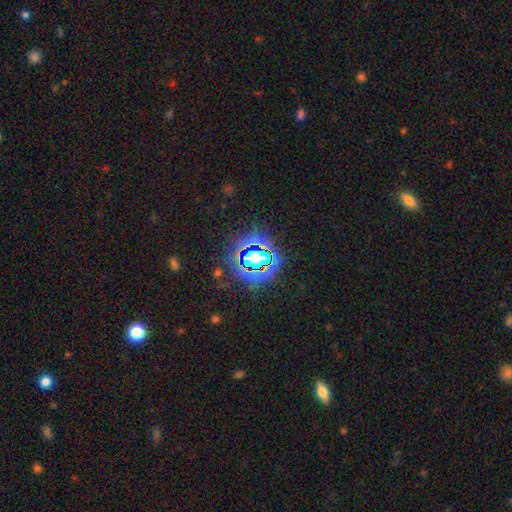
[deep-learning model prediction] smooth_or_featured: star or artifact (p=0.68) [alt: smooth p=0.20]